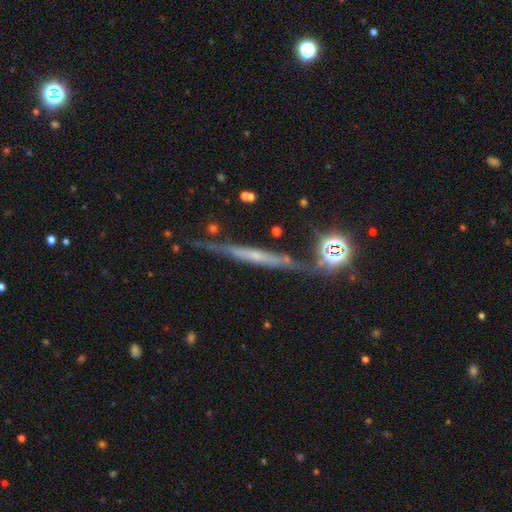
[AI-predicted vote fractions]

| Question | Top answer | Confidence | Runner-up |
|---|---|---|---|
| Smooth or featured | featured or disk | 62% | smooth (23%) |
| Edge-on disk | yes | 89% | no (11%) |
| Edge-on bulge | none | 63% | rounded (27%) |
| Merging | none | 72% | minor disturbance (17%) |